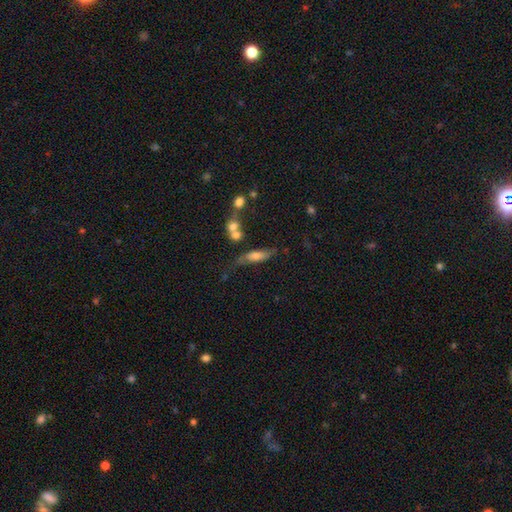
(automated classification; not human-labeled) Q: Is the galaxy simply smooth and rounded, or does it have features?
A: smooth — 61%.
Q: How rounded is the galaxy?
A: in between — 51%.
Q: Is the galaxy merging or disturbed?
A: none — 47%.